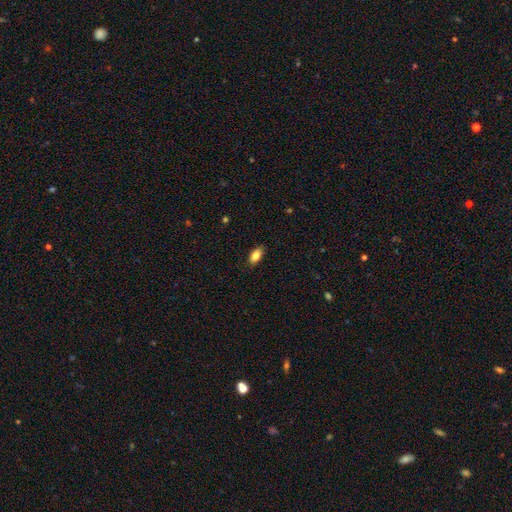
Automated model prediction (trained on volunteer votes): A smooth galaxy with no disk features (84%) that is in between round and cigar-shaped (91%). Merging: none (87%).